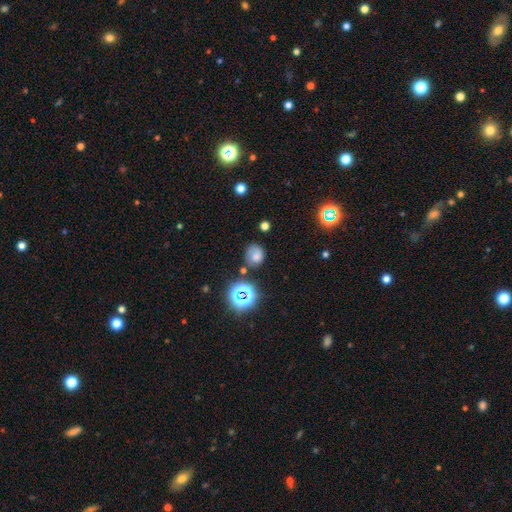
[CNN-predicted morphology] smooth_or_featured: smooth (p=0.68) [alt: star or artifact p=0.20]
how_rounded: round (p=0.69) [alt: in between p=0.30]
merging: none (p=0.62) [alt: minor disturbance p=0.24]